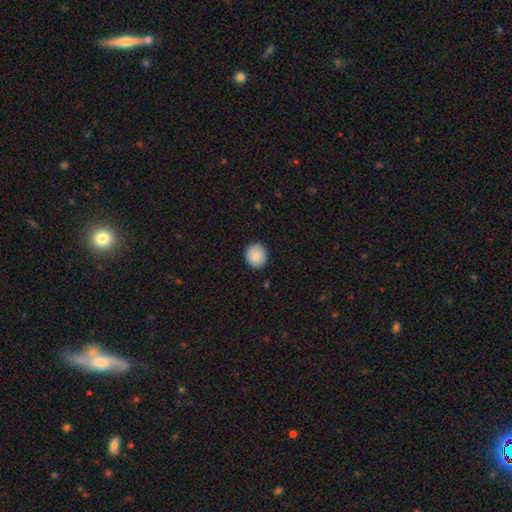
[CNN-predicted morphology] Q: Smooth or featured?
A: smooth (88%); runner-up: star or artifact (7%)
Q: How rounded?
A: round (82%); runner-up: in between (17%)
Q: Merging?
A: none (90%); runner-up: minor disturbance (8%)